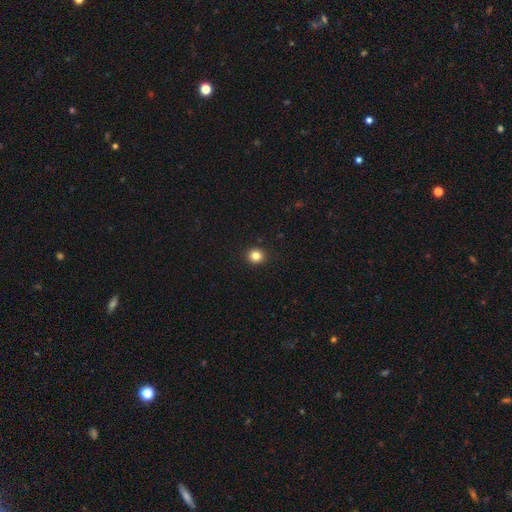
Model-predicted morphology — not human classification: smooth 84%, star or artifact 12%, featured or disk 5%. Down the decision tree: how rounded — round (90%); merging — none (93%).